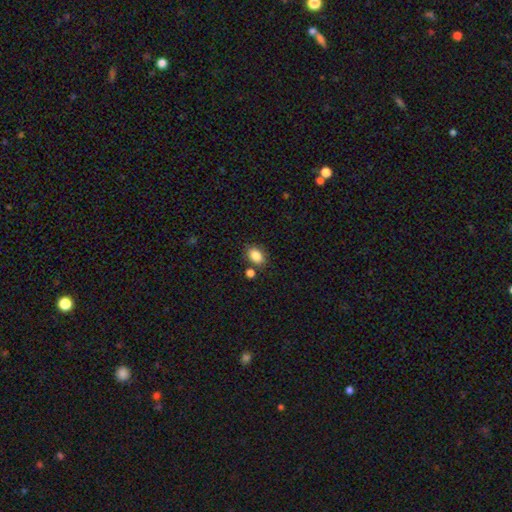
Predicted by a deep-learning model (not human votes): smooth-or-featured: smooth: 85% | star or artifact: 9% | featured or disk: 5%
  how-rounded: in between: 76% | round: 23% | cigar-shaped: 1%
  merging: none: 76% | minor disturbance: 12% | merger: 9% | major disturbance: 3%